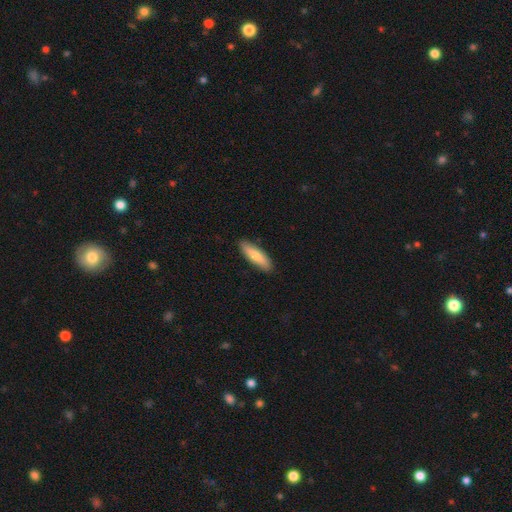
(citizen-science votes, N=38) This is likely a smooth galaxy (79%). How rounded: possibly in between (53%). Merging: clearly none (83%).